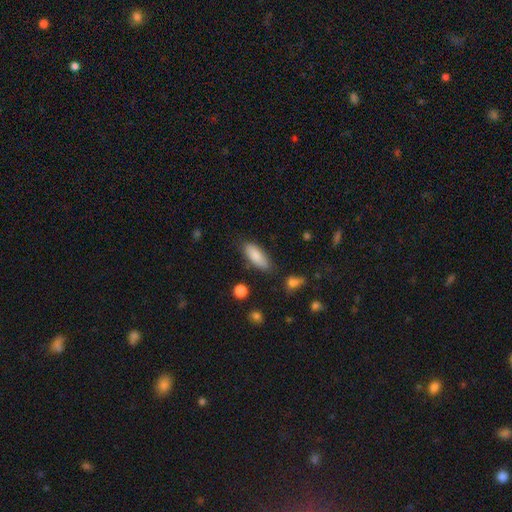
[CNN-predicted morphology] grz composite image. It shows a smooth galaxy with no disk features (84%) that is in between round and cigar-shaped (75%). Merging: none (78%).